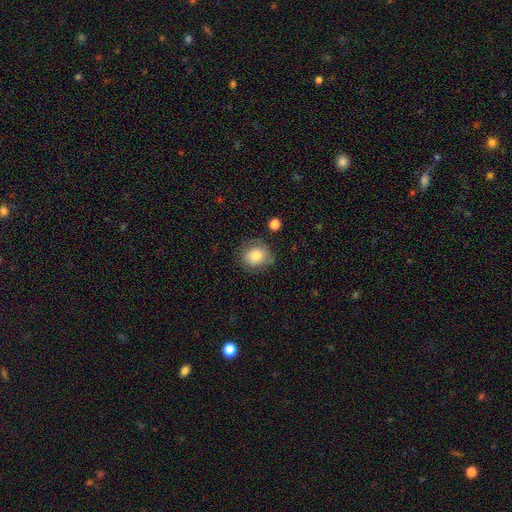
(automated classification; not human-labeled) This appears to be a smooth galaxy with no disk features (79%) that is round (70%). Merging: none (66%).